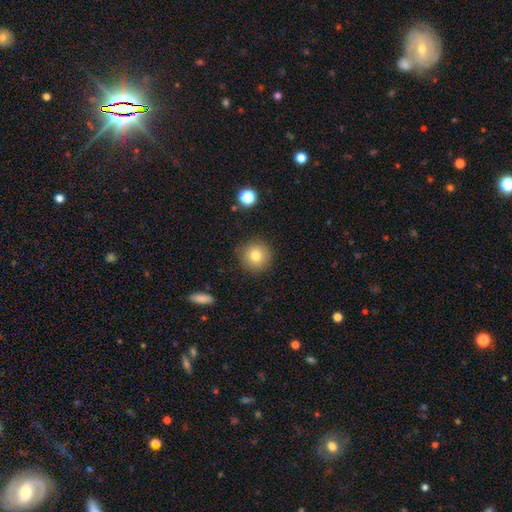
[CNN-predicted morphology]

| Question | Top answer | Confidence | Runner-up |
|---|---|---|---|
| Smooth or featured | smooth | 80% | star or artifact (11%) |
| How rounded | round | 94% | in between (5%) |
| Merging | none | 88% | minor disturbance (8%) |